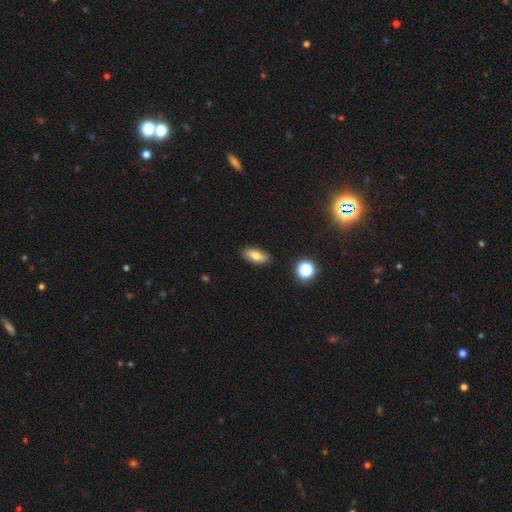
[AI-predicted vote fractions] A smooth galaxy with no disk features (74%) that is in between round and cigar-shaped (78%). Merging: none (88%).